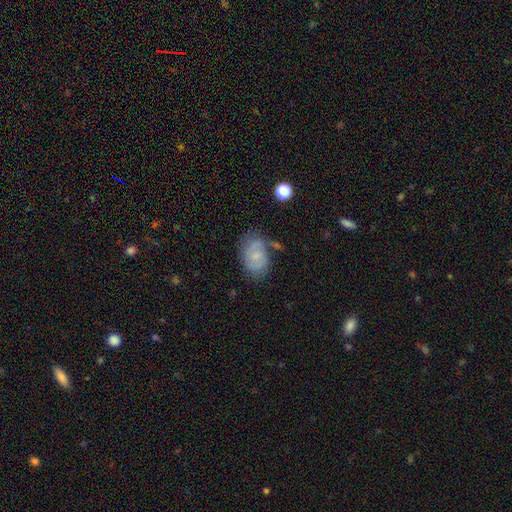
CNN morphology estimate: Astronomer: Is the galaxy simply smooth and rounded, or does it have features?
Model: featured or disk — 54% (runner-up: smooth, 37%).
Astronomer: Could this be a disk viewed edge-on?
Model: no — 97%.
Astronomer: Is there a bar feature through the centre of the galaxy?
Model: no — 64%.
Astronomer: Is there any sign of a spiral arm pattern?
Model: yes — 83%.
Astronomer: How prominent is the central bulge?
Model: small — 61%.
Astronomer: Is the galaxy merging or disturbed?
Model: none — 55%.